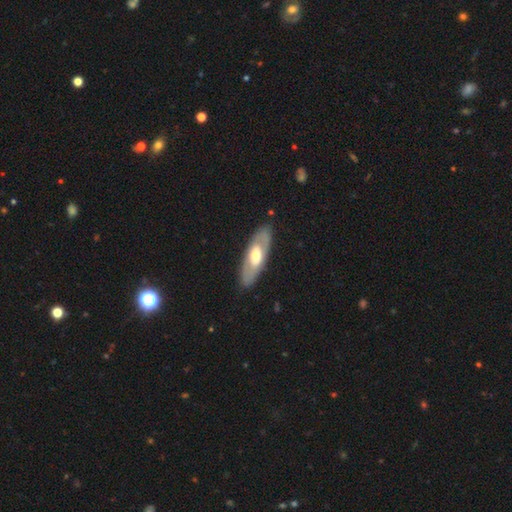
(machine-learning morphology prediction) Smooth or featured?
  - featured or disk: 52% *
  - smooth: 43%
  - star or artifact: 5%
Edge-on disk?
  - no: 73% *
  - yes: 27%
Merging?
  - none: 85% *
  - minor disturbance: 11%
  - major disturbance: 3%
  - merger: 1%